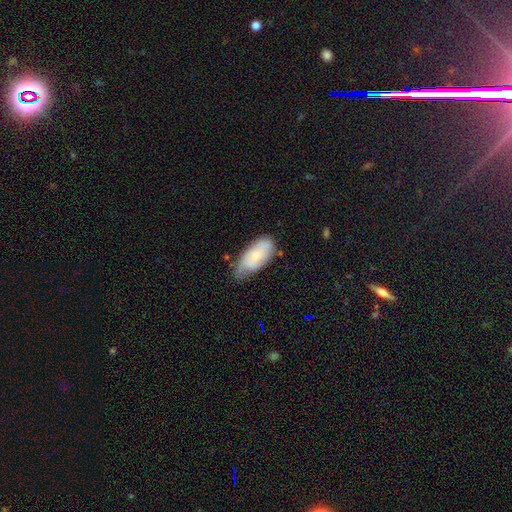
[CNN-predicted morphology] A smooth galaxy with no disk features (56%) that is in between round and cigar-shaped (90%).

Vote fractions:
- Smooth or featured? smooth: 56% / featured or disk: 37% / star or artifact: 7%
- How rounded? in between: 90% / cigar-shaped: 7% / round: 3%
- Merging? none: 50% / minor disturbance: 38% / major disturbance: 10% / merger: 3%